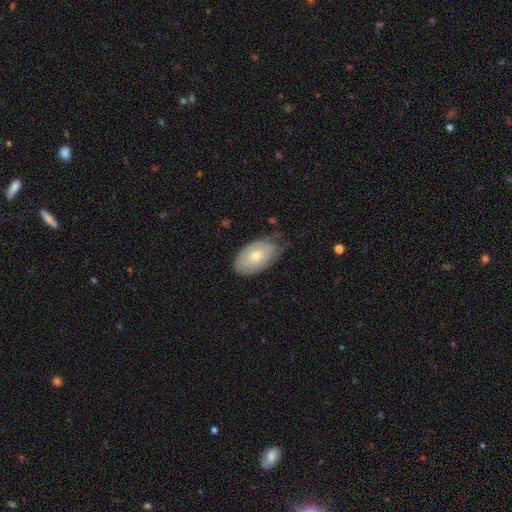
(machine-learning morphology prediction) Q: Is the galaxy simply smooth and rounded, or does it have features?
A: smooth — 64%.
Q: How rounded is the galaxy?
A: in between — 93%.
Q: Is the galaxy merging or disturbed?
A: none — 65%.